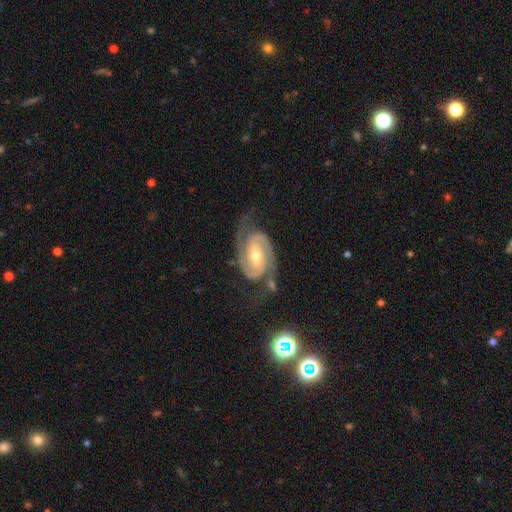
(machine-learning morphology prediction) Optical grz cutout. It shows a featured or disk galaxy (91%) with a weak bar (41%), 2 (92%) medium (47%) spiral arms (98%) and a moderate central bulge (56%). Merging: none (69%).